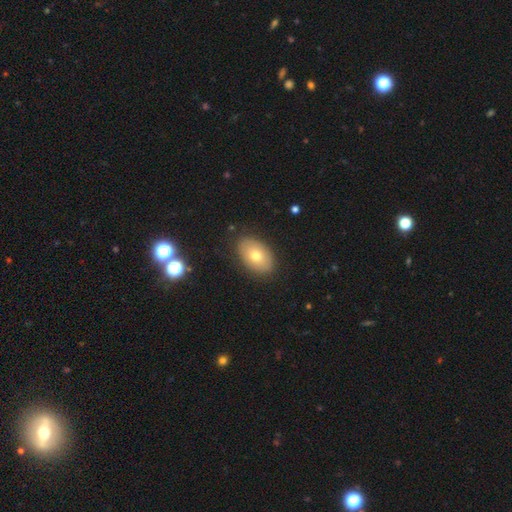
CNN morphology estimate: smooth-or-featured: smooth: 71% | featured or disk: 21% | star or artifact: 9%
  how-rounded: in between: 88% | round: 11% | cigar-shaped: 1%
  merging: none: 86% | minor disturbance: 10% | major disturbance: 3% | merger: 1%